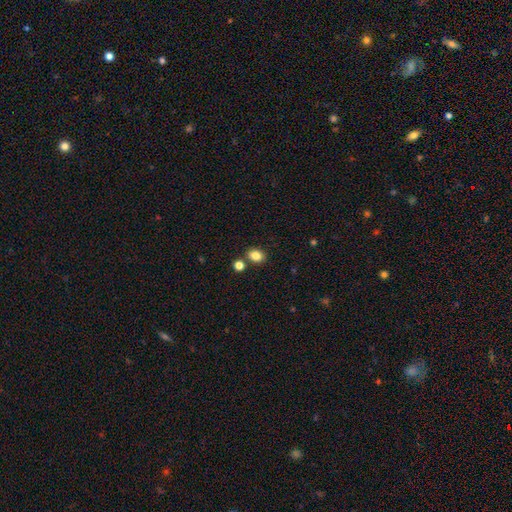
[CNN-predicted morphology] smooth-or-featured: smooth: 84% | star or artifact: 10% | featured or disk: 5%
  how-rounded: in between: 63% | round: 36% | cigar-shaped: 1%
  merging: none: 77% | merger: 11% | minor disturbance: 10% | major disturbance: 3%